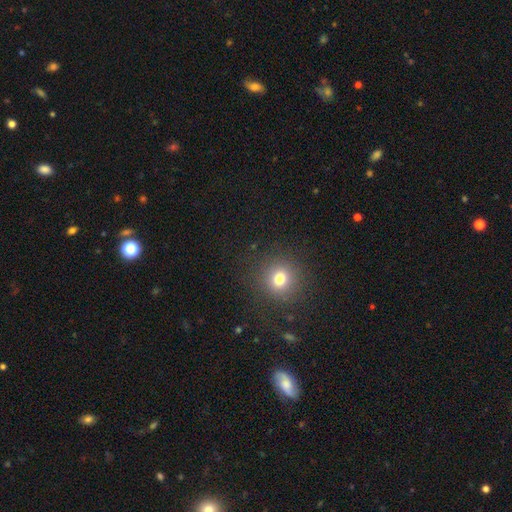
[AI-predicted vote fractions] A smooth galaxy with no disk features (60%) that is round (94%). Merging: none (90%).